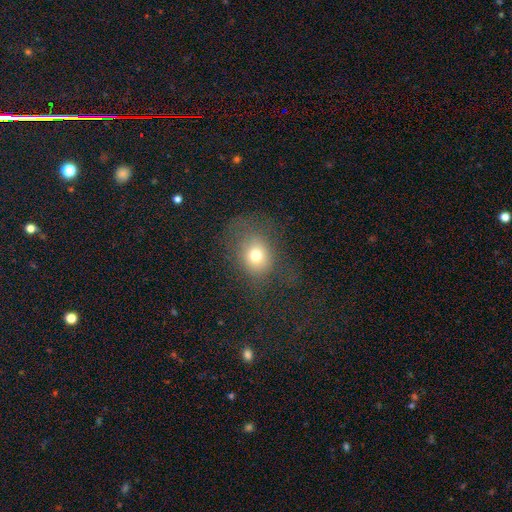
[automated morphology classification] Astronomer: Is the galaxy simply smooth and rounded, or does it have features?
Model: smooth — 70%.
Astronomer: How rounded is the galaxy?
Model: round — 56% (runner-up: in between, 43%).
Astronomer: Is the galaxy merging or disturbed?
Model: none — 57%.